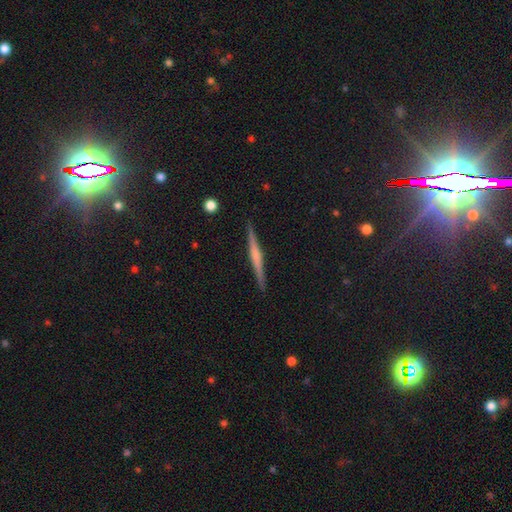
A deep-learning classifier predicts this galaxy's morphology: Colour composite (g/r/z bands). It shows a featured or disk galaxy (65%) viewed edge-on (98%) with a rounded central bulge (42%). Merging: none (91%).